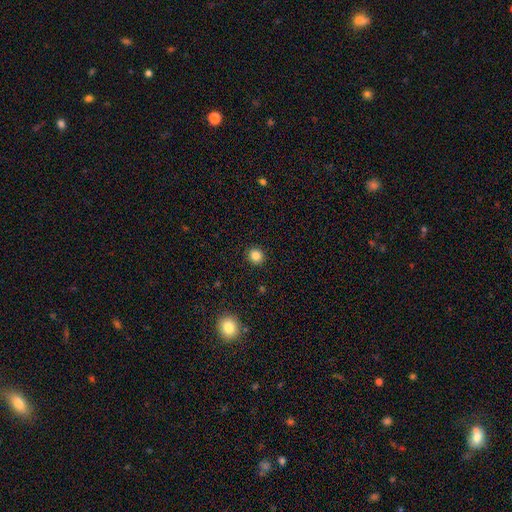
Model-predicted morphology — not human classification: A smooth galaxy with no disk features (84%) that is round (89%).

Vote fractions:
- Smooth or featured? smooth: 84% / star or artifact: 11% / featured or disk: 5%
- How rounded? round: 89% / in between: 10% / cigar-shaped: 1%
- Merging? none: 92% / minor disturbance: 5% / major disturbance: 2% / merger: 1%